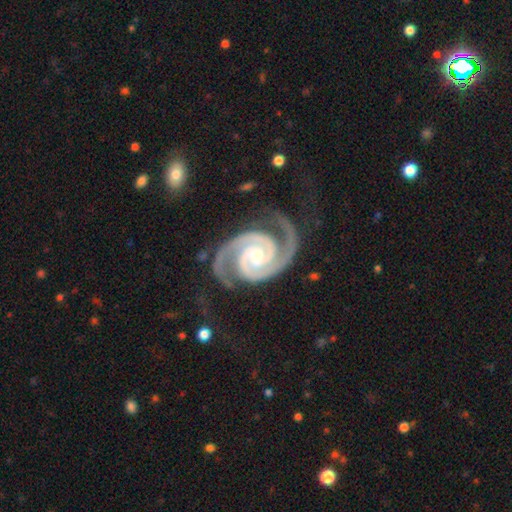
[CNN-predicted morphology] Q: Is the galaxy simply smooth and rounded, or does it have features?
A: featured or disk — 95%.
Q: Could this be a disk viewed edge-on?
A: no — 98%.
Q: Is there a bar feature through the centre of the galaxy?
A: no — 59%.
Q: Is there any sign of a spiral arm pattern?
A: yes — 99%.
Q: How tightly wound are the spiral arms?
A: tight — 60%.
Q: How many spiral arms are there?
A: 2 — 91%.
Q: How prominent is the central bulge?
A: moderate — 53%.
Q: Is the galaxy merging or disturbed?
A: none — 75%.